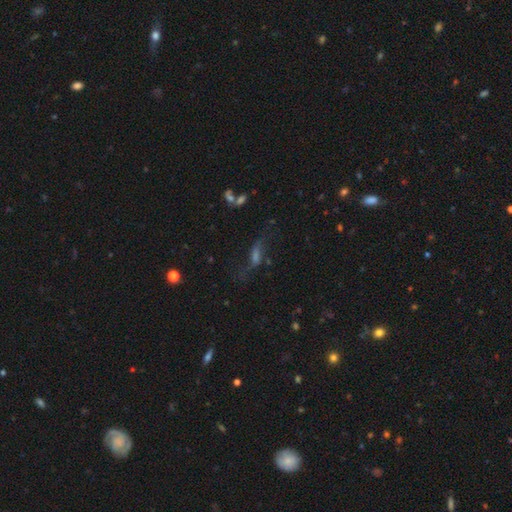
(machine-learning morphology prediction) Smooth or featured? Predicted: featured or disk (p=0.49). Merging? Predicted: none (p=0.55).